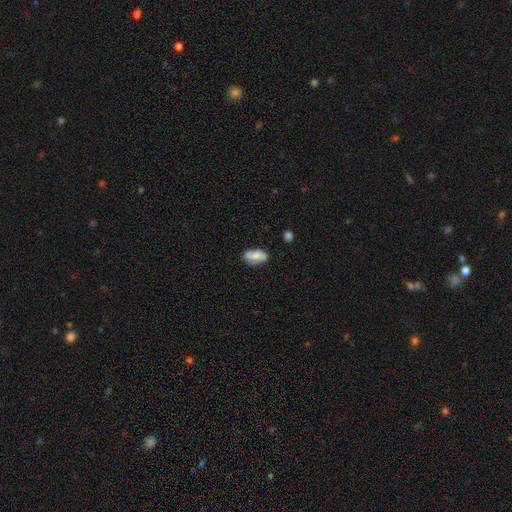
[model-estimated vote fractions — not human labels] Smooth or featured? Predicted: smooth (p=0.62). How rounded? Predicted: in between (p=0.90). Merging? Predicted: none (p=0.73).